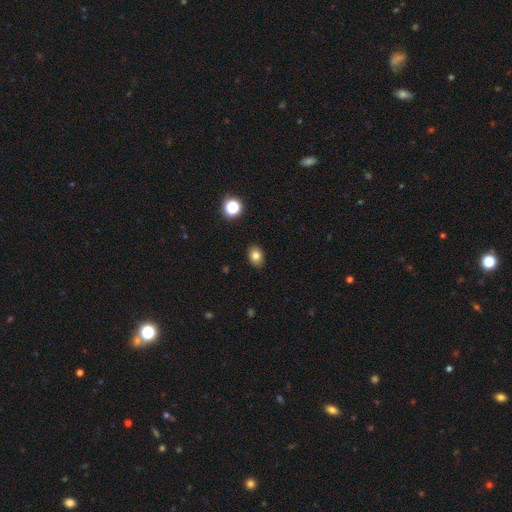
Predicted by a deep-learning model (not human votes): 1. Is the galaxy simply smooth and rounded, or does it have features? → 81% smooth, 11% star or artifact, 8% featured or disk.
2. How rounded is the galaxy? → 67% in between, 32% round, 1% cigar-shaped.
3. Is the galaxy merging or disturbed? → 89% none, 8% minor disturbance, 2% major disturbance, 1% merger.